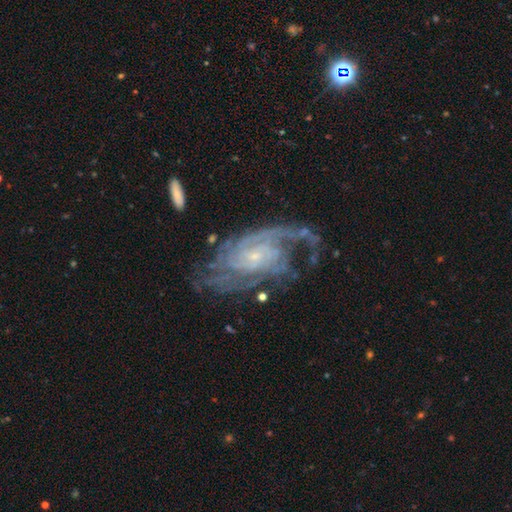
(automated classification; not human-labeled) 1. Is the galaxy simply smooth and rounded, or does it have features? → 89% featured or disk, 6% star or artifact, 5% smooth.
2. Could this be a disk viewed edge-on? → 96% no, 4% yes.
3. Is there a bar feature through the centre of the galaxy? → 63% no, 29% weak, 8% strong.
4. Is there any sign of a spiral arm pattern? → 97% yes, 3% no.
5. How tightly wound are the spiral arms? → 51% tight, 37% medium, 12% loose.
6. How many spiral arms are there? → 28% can't tell, 26% 2, 18% 3, 12% 4, 8% 1, 8% more than 4.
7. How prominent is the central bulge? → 83% small, 11% moderate, 4% none, 1% large, 1% dominant.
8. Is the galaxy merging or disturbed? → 56% none, 21% major disturbance, 20% minor disturbance, 3% merger.